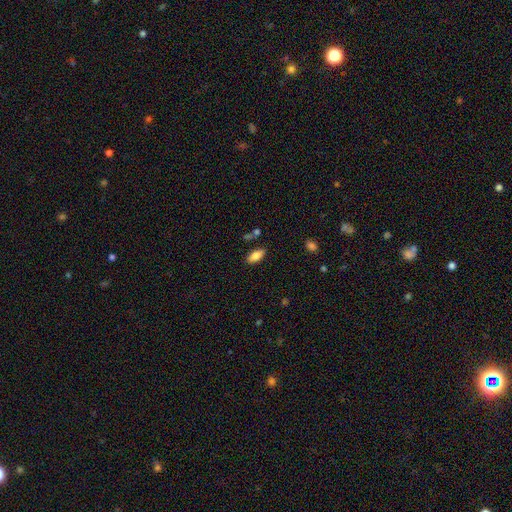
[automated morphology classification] A smooth galaxy with no disk features (83%) that is in between round and cigar-shaped (86%). Merging: none (83%).